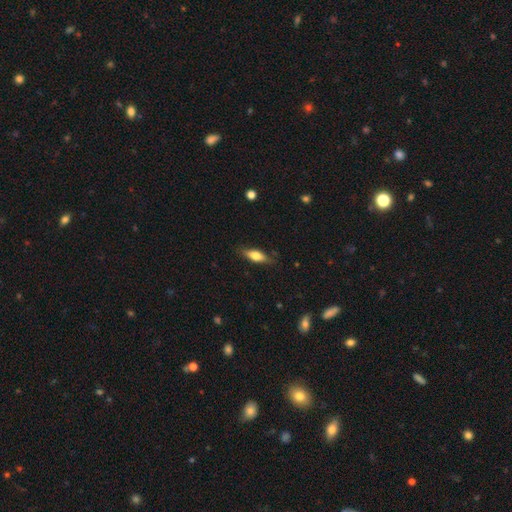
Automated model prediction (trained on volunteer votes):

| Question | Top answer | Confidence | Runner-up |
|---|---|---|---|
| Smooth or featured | smooth | 63% | featured or disk (30%) |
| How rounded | in between | 60% | cigar-shaped (37%) |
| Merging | none | 81% | minor disturbance (15%) |